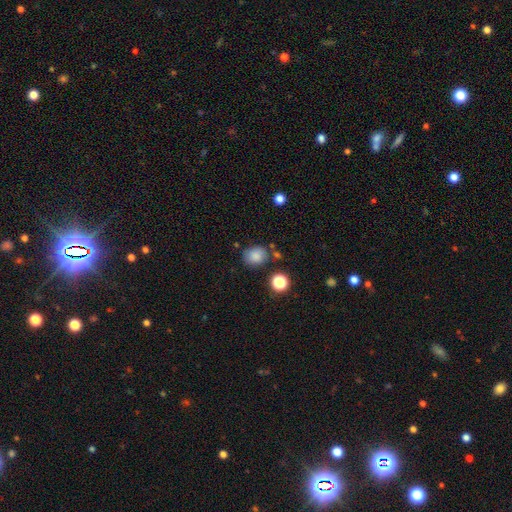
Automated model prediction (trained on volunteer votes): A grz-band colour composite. It shows a smooth galaxy with no disk features (83%) that is round (56%). Merging: none (74%).